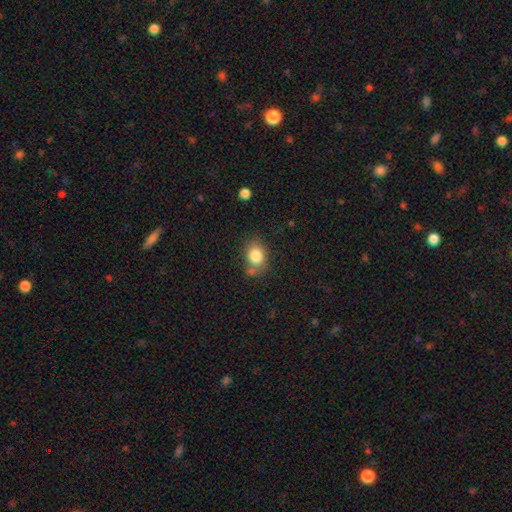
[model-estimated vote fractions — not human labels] Smooth or featured? Predicted: smooth (p=0.82). How rounded? Predicted: in between (p=0.57). Merging? Predicted: none (p=0.65).